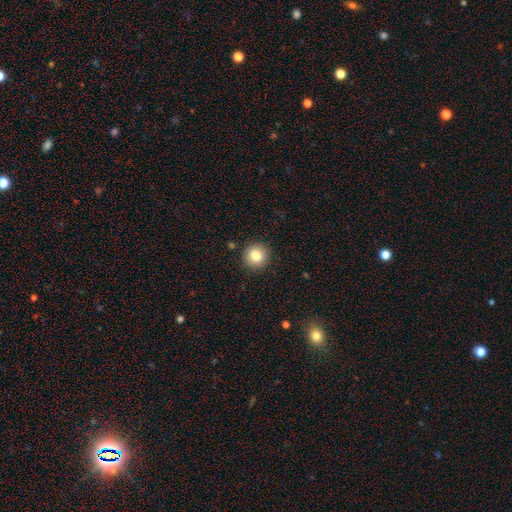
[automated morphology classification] smooth_or_featured: smooth (p=0.84) [alt: star or artifact p=0.09]
how_rounded: round (p=0.91) [alt: in between p=0.08]
merging: none (p=0.90) [alt: minor disturbance p=0.07]